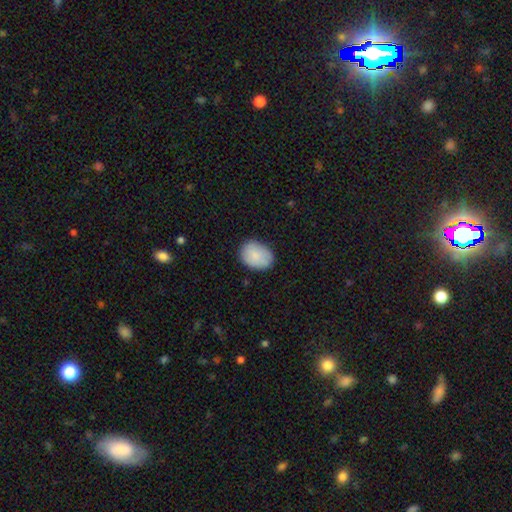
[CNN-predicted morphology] The model was most divided on "how rounded": in between: 68%, round: 31%, cigar-shaped: 1%. More confident: smooth or featured — smooth (86%); merging — none (79%).